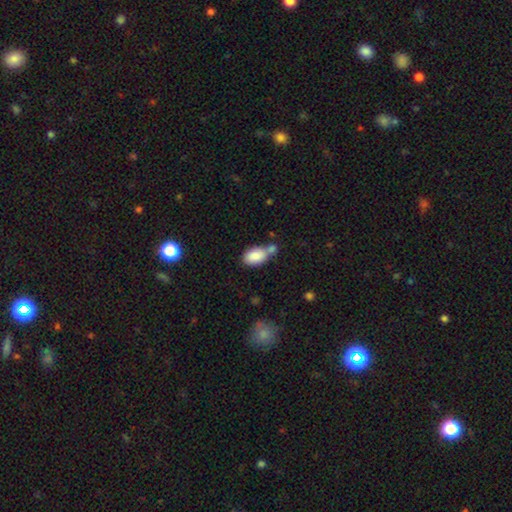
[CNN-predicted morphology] This is clearly a smooth galaxy (84%). How rounded: clearly in between (90%). Merging: marginally none (40%).